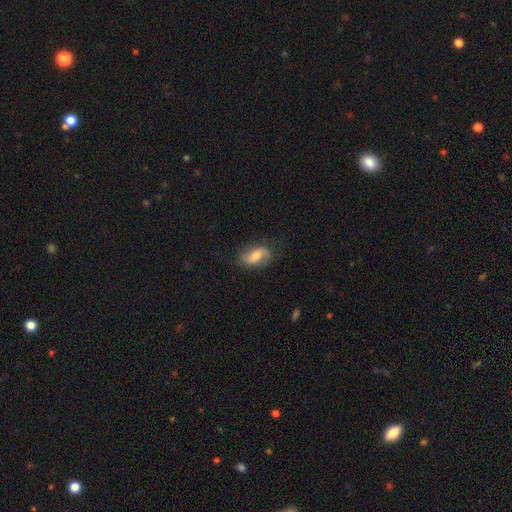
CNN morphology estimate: Smooth or featured?
  - smooth: 48% *
  - featured or disk: 44%
  - star or artifact: 8%
Merging?
  - none: 72% *
  - minor disturbance: 20%
  - major disturbance: 6%
  - merger: 1%